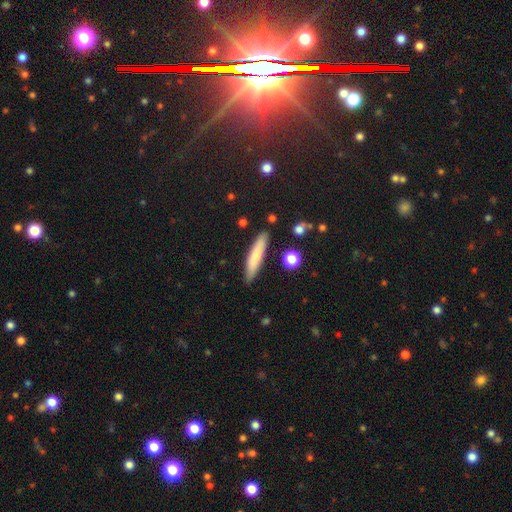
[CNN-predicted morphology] A smooth galaxy with no disk features (74%) that is cigar-shaped (87%).

Vote fractions:
- Smooth or featured? smooth: 74% / featured or disk: 20% / star or artifact: 7%
- How rounded? cigar-shaped: 87% / in between: 11% / round: 2%
- Merging? none: 86% / minor disturbance: 10% / merger: 2% / major disturbance: 2%